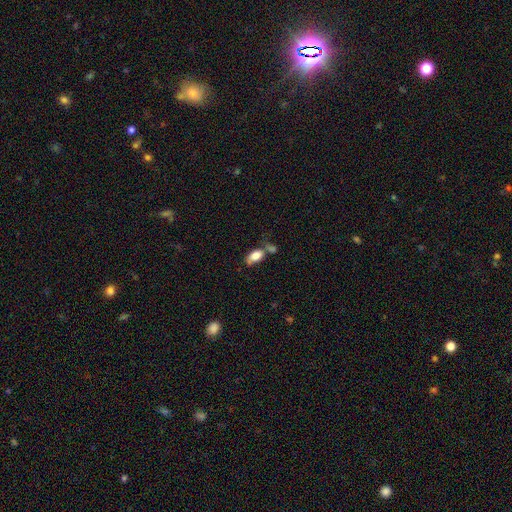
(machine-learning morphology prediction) Smooth or featured? smooth (79%)
How rounded? in between (91%)
Merging? none (43%)